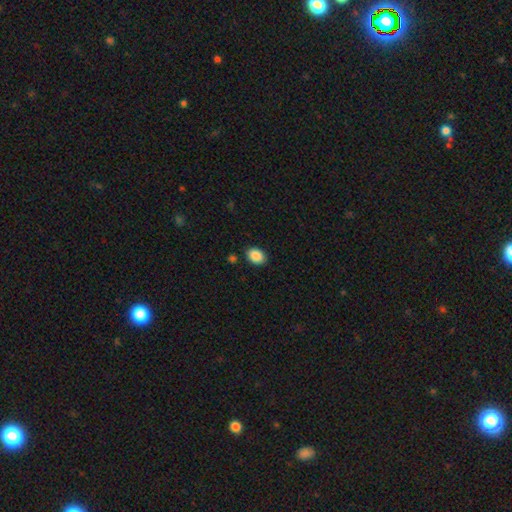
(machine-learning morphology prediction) Smooth or featured? smooth (88%)
How rounded? in between (75%)
Merging? none (87%)